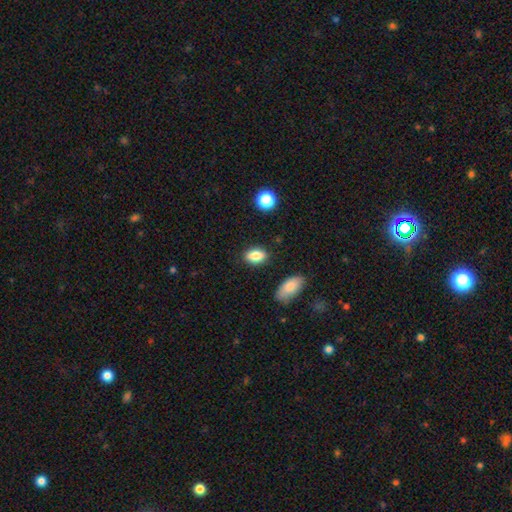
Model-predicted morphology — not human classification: Smooth or featured? Predicted: smooth (p=0.84). How rounded? Predicted: in between (p=0.85). Merging? Predicted: none (p=0.85).